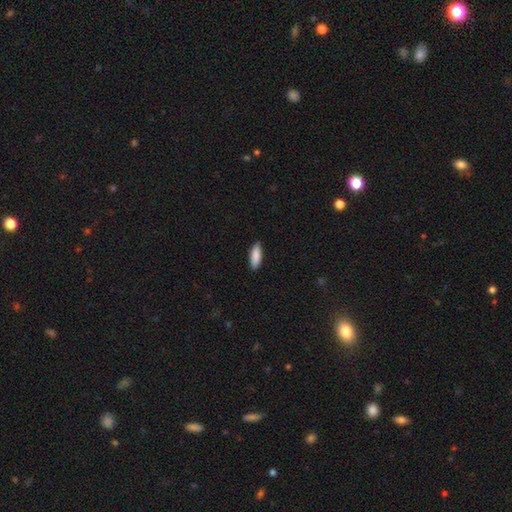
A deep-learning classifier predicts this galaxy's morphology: type=smooth (89%); roundness=in between (71%); merging=none (87%).